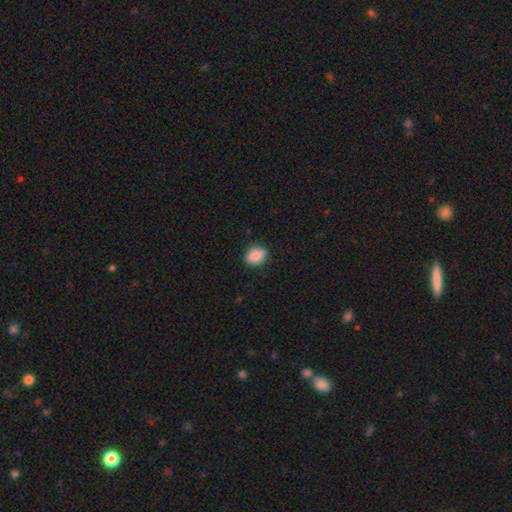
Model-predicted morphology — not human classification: The model was most divided on "how rounded": in between: 60%, round: 38%, cigar-shaped: 2%. More confident: smooth or featured — smooth (86%); merging — none (83%).